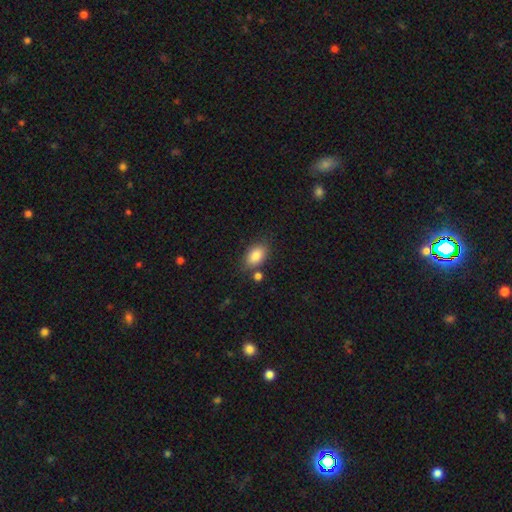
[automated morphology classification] Smooth or featured? smooth (85%)
How rounded? in between (87%)
Merging? none (74%)